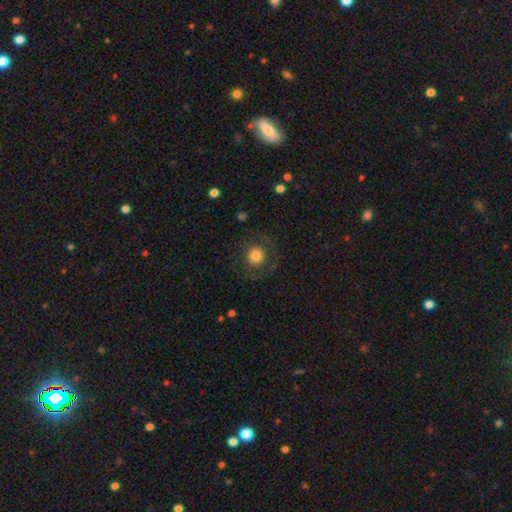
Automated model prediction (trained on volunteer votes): Overall: smooth (71%). How rounded: round (92%). Merging: none (76%).